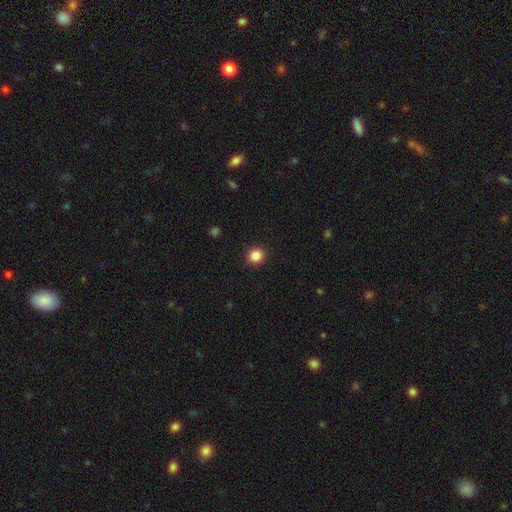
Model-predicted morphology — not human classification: A smooth galaxy with no disk features (86%) that is round (86%).

Vote fractions:
- Smooth or featured? smooth: 86% / star or artifact: 10% / featured or disk: 4%
- How rounded? round: 86% / in between: 13% / cigar-shaped: 1%
- Merging? none: 91% / minor disturbance: 6% / major disturbance: 2% / merger: 1%